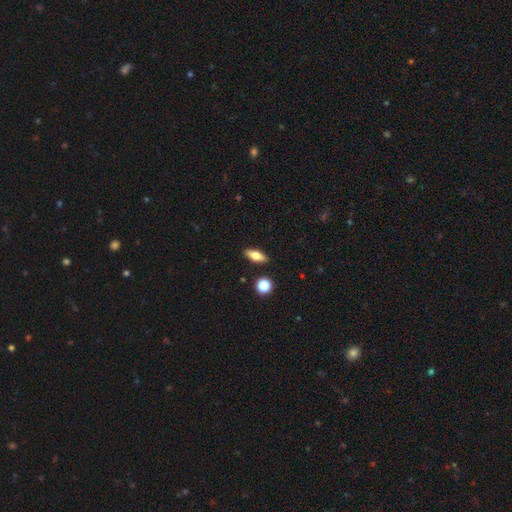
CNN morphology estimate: Q: Smooth or featured?
A: smooth (62%); runner-up: featured or disk (30%)
Q: How rounded?
A: in between (66%); runner-up: cigar-shaped (28%)
Q: Merging?
A: none (88%); runner-up: minor disturbance (7%)